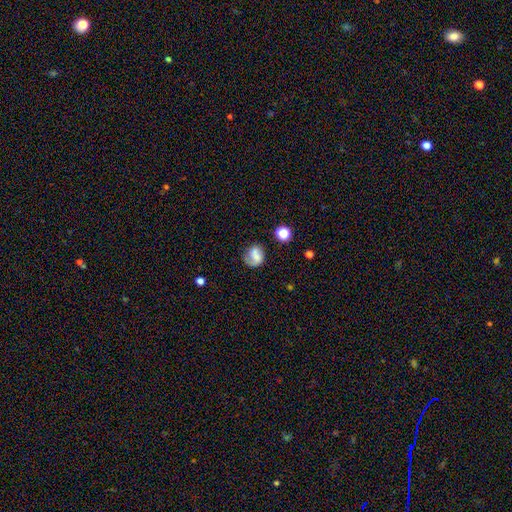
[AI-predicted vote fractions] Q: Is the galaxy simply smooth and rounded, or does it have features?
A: smooth — 55%.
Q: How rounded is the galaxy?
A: round — 64%.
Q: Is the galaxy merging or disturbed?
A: none — 54%.